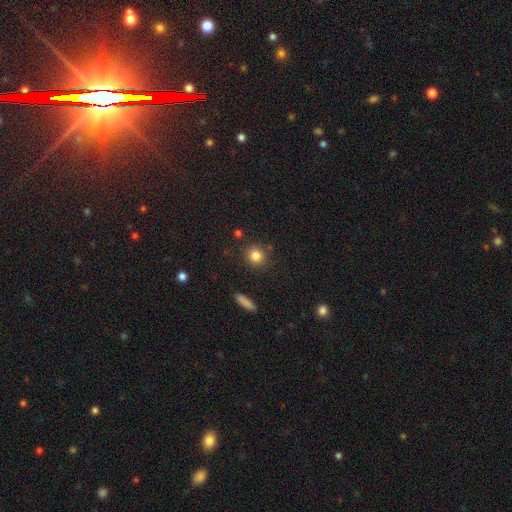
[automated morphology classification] The model was most divided on "smooth or featured": smooth: 83%, star or artifact: 11%, featured or disk: 6%. More confident: how rounded — round (88%); merging — none (86%).